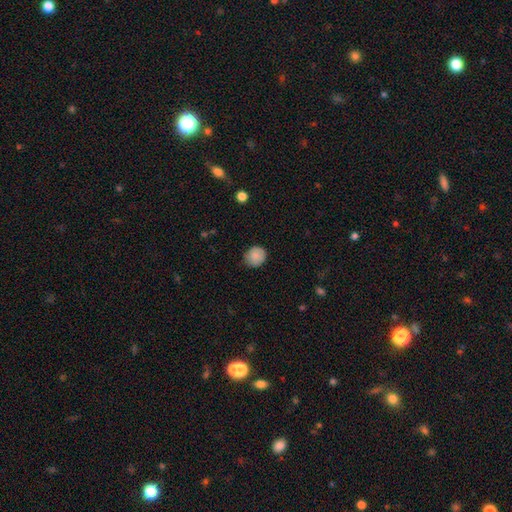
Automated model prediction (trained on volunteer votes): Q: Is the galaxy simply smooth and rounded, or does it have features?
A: smooth — 86%.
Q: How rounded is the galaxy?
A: round — 85%.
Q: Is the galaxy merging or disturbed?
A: none — 79%.